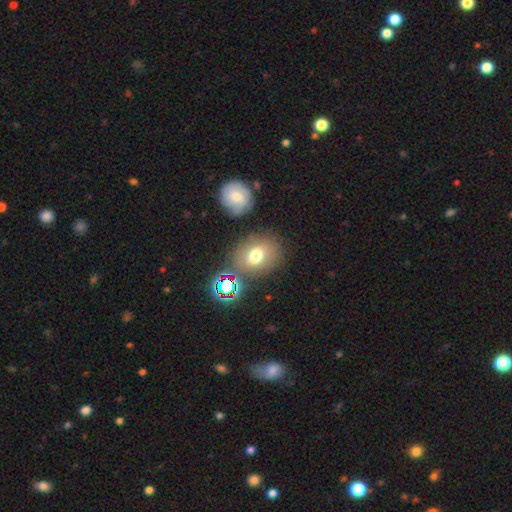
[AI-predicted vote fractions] Morphology: type=smooth (70%); roundness=in between (51%); merging=none (73%).